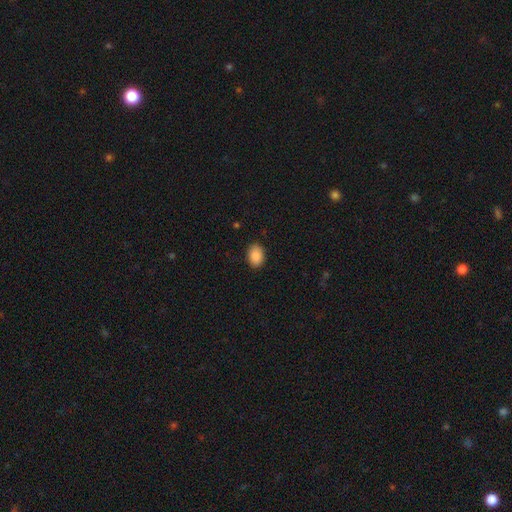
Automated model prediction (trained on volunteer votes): smooth 89%, star or artifact 8%, featured or disk 4%. Down the decision tree: how rounded — in between (80%); merging — none (89%).